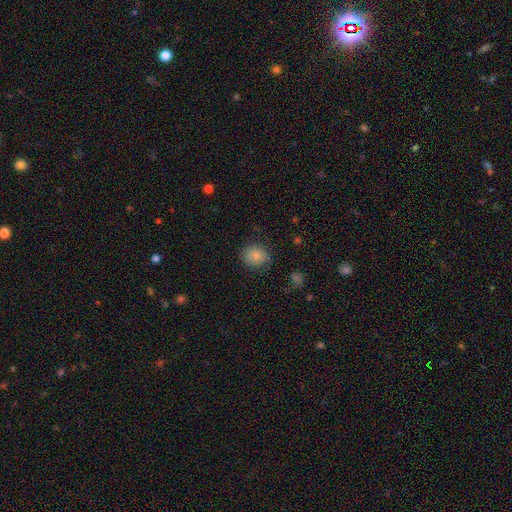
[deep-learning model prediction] The model was most divided on "how rounded": round: 77%, in between: 23%, cigar-shaped: 1%. More confident: smooth or featured — smooth (83%); merging — none (82%).